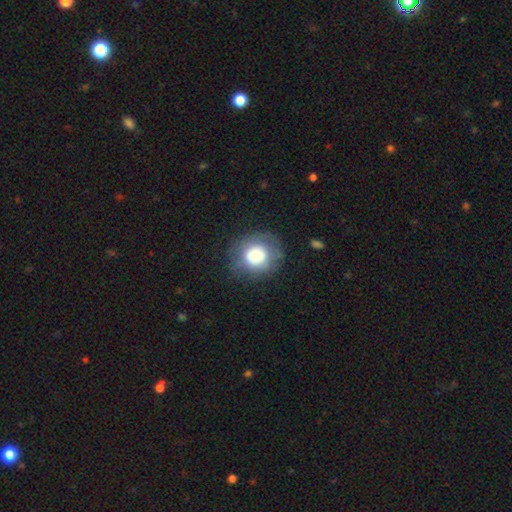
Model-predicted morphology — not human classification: The model was most divided on "smooth or featured": smooth: 72%, featured or disk: 19%, star or artifact: 9%. More confident: how rounded — round (86%); merging — none (73%).